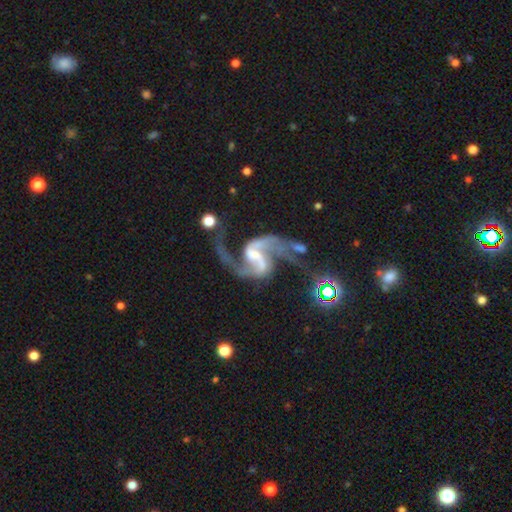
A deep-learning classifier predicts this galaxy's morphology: smooth-or-featured: featured or disk: 91% | star or artifact: 5% | smooth: 3%
  disk-edge-on: no: 98% | yes: 2%
    bar: weak: 48% | strong: 31% | no: 20%
    has-spiral-arms: yes: 97% | no: 3%
      spiral-winding: loose: 68% | medium: 27% | tight: 5%
      spiral-arm-count: 2: 93% | 1: 2% | can't tell: 2% | 3: 1% | 4: 1% | more than 4: 1%
    bulge-size: small: 33% | none: 29% | moderate: 28% | large: 8% | dominant: 2%
  merging: none: 35% | major disturbance: 26% | merger: 23% | minor disturbance: 15%